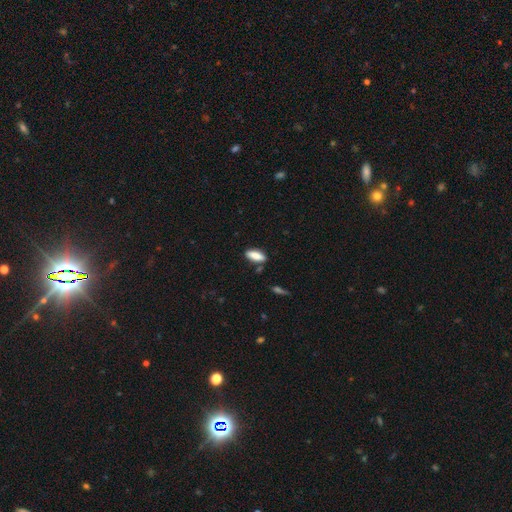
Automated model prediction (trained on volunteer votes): Q: Smooth or featured?
A: smooth (85%); runner-up: featured or disk (9%)
Q: How rounded?
A: in between (72%); runner-up: cigar-shaped (26%)
Q: Merging?
A: none (83%); runner-up: minor disturbance (12%)